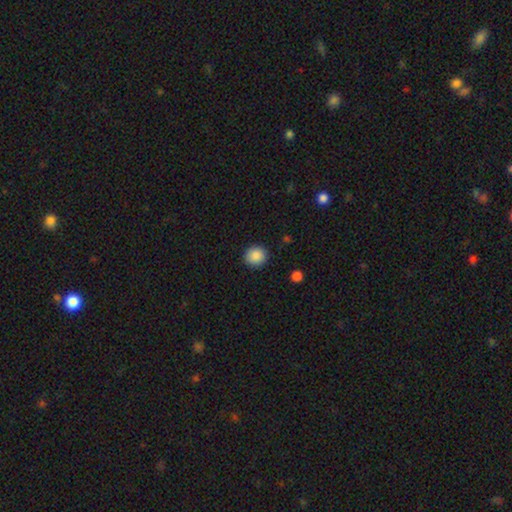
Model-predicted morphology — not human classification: Smooth or featured: smooth — 88% (star or artifact — 9%)
How rounded: round — 91% (in between — 9%)
Merging: none — 91% (minor disturbance — 6%)